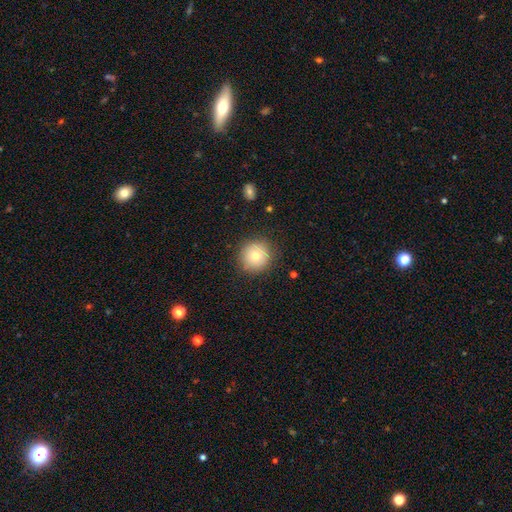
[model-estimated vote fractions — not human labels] smooth-or-featured: smooth: 75% | featured or disk: 15% | star or artifact: 10%
  how-rounded: round: 93% | in between: 6% | cigar-shaped: 1%
  merging: none: 87% | minor disturbance: 10% | major disturbance: 3% | merger: 1%